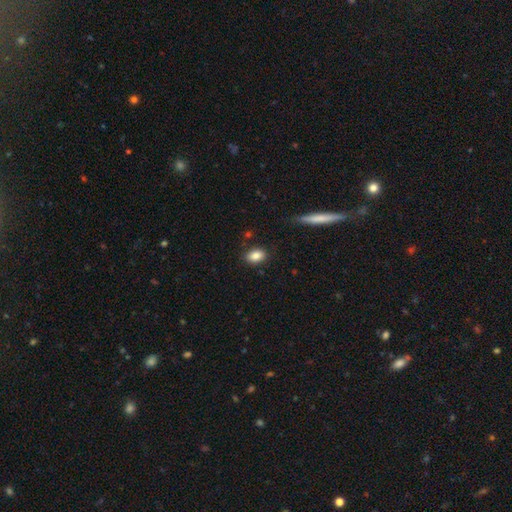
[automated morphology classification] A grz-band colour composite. It shows a smooth galaxy with no disk features (86%) that is in between round and cigar-shaped (83%). Merging: none (85%).